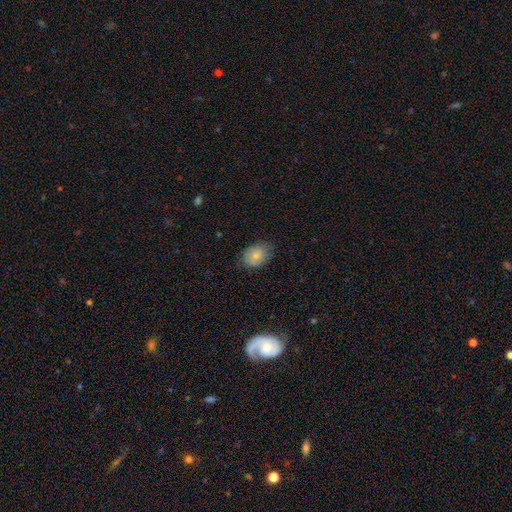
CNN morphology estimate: smooth-or-featured: smooth: 76% | featured or disk: 17% | star or artifact: 8%
  how-rounded: in between: 69% | round: 30% | cigar-shaped: 1%
  merging: none: 72% | minor disturbance: 23% | major disturbance: 5% | merger: 1%